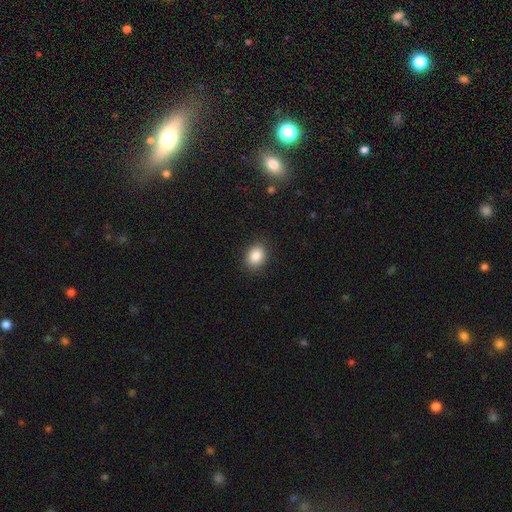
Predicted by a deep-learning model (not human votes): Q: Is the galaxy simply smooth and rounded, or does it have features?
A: smooth — 88%.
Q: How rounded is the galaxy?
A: in between — 58%.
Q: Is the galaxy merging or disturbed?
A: none — 87%.